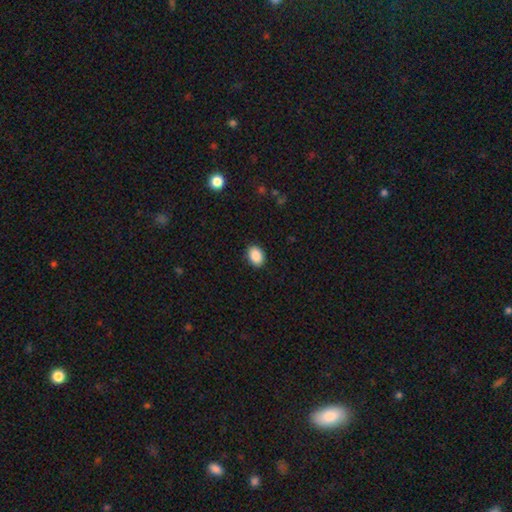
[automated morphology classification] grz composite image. It shows a smooth galaxy with no disk features (89%) that is in between round and cigar-shaped (79%). Merging: none (90%).